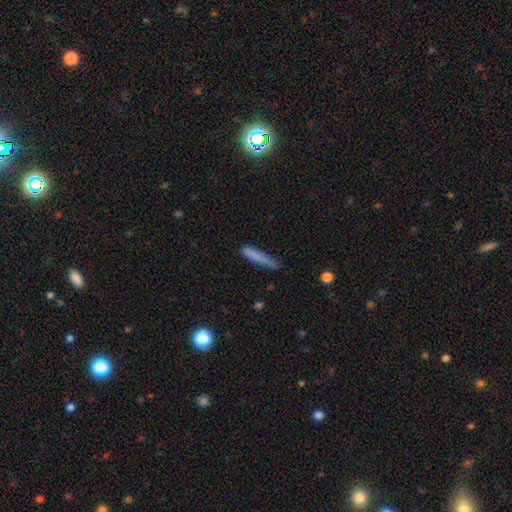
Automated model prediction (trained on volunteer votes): Morphology: type=smooth (80%); roundness=cigar-shaped (93%); merging=none (69%).